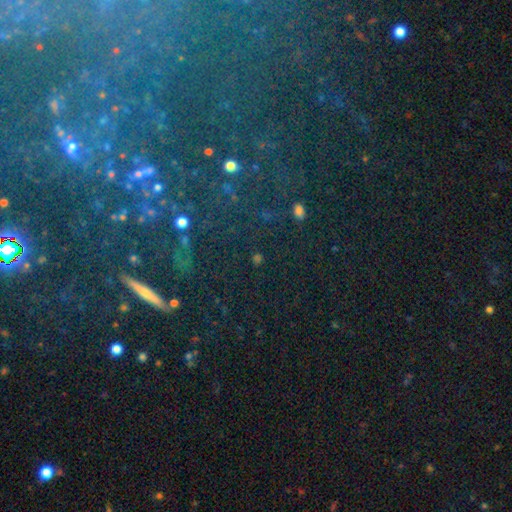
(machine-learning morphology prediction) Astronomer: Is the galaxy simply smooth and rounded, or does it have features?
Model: star or artifact — 72%.